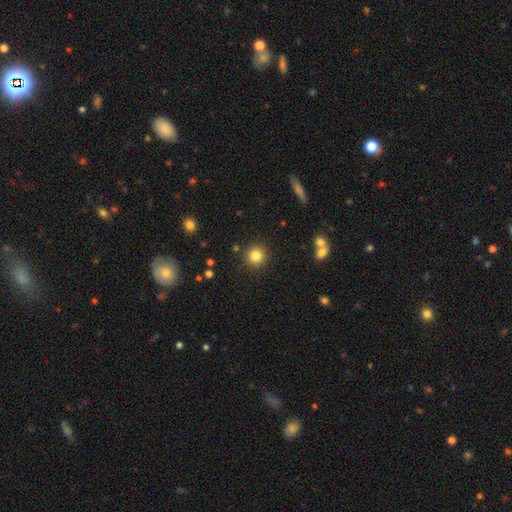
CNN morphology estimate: smooth 83%, star or artifact 11%, featured or disk 6%. Down the decision tree: how rounded — round (93%); merging — none (89%).